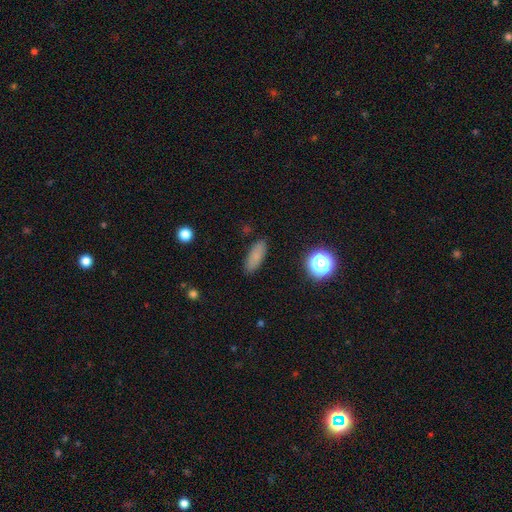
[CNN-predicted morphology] Smooth or featured: smooth — 81% (star or artifact — 11%)
How rounded: in between — 67% (cigar-shaped — 29%)
Merging: none — 86% (minor disturbance — 10%)